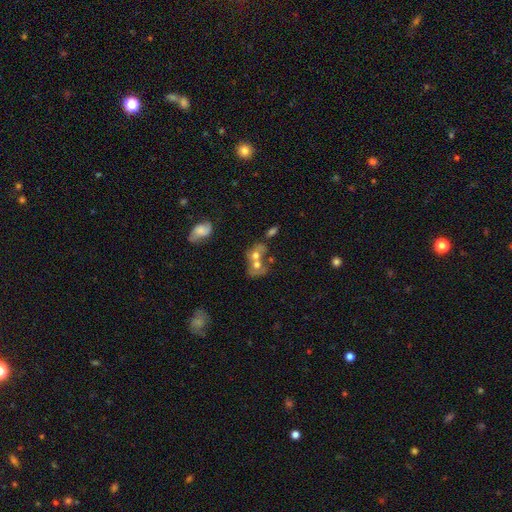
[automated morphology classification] The model was most divided on "how rounded": in between: 58%, round: 40%, cigar-shaped: 2%. More confident: merging — merger (65%); smooth or featured — smooth (54%).